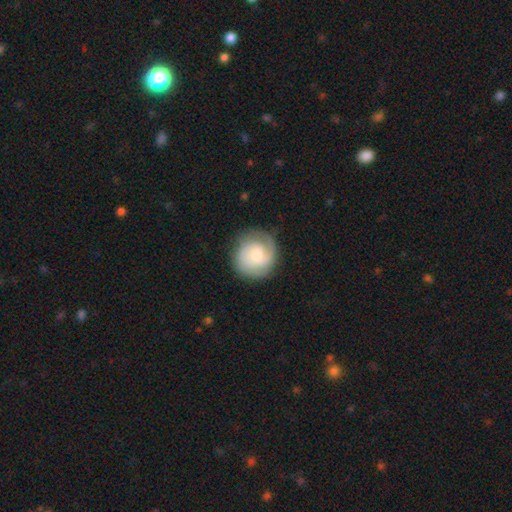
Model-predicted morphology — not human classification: The model was most divided on "bulge size": small: 51%, moderate: 38%, large: 5%, none: 4%, dominant: 1%. Remaining: edge-on disk — no (98%); spiral arms — yes (94%); merging — none (79%); smooth or featured — featured or disk (67%); bar — no (61%); spiral winding — tight (51%); spiral arm count — 2 (48%).